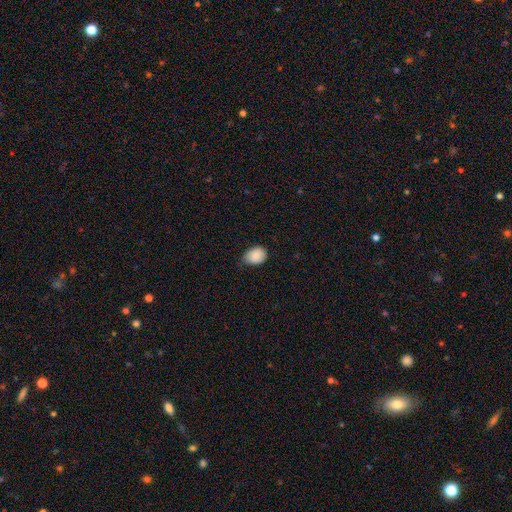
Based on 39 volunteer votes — A smooth galaxy with no disk features (92%) that is in between round and cigar-shaped (61%).

Vote fractions:
- Smooth or featured? smooth: 92% / star or artifact: 8% / featured or disk: 0%
- How rounded? in between: 61% / round: 39% / cigar-shaped: 0%
- Merging? none: 53% / minor disturbance: 39% / major disturbance: 6% / merger: 3%